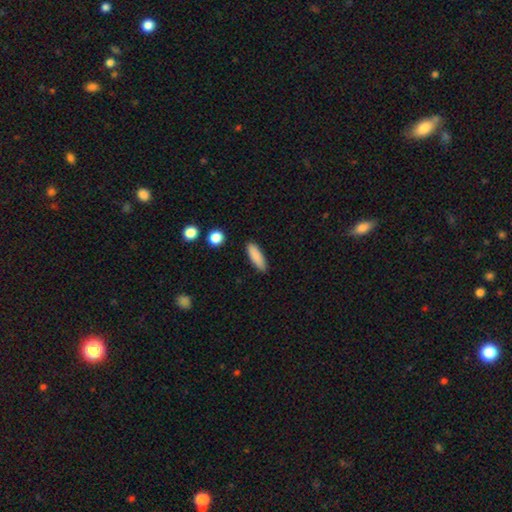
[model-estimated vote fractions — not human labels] Q: Smooth or featured?
A: smooth (87%); runner-up: star or artifact (7%)
Q: How rounded?
A: cigar-shaped (54%); runner-up: in between (44%)
Q: Merging?
A: none (88%); runner-up: minor disturbance (8%)